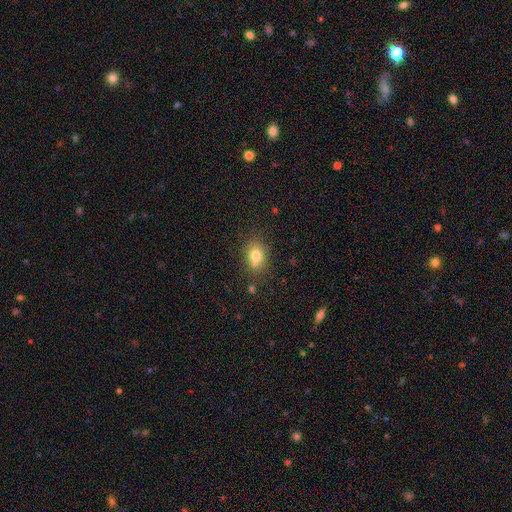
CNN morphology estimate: The model was most divided on "how rounded": round: 52%, in between: 47%, cigar-shaped: 1%. More confident: smooth or featured — smooth (77%); merging — none (63%).